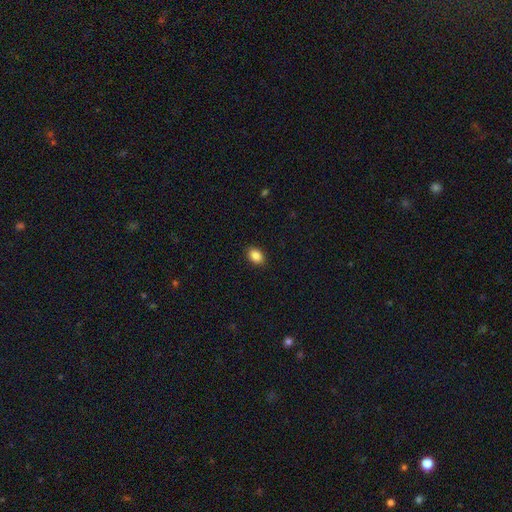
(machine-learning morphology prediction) smooth-or-featured: smooth: 87% | star or artifact: 8% | featured or disk: 5%
  how-rounded: in between: 80% | round: 19% | cigar-shaped: 1%
  merging: none: 90% | minor disturbance: 8% | major disturbance: 2% | merger: 1%